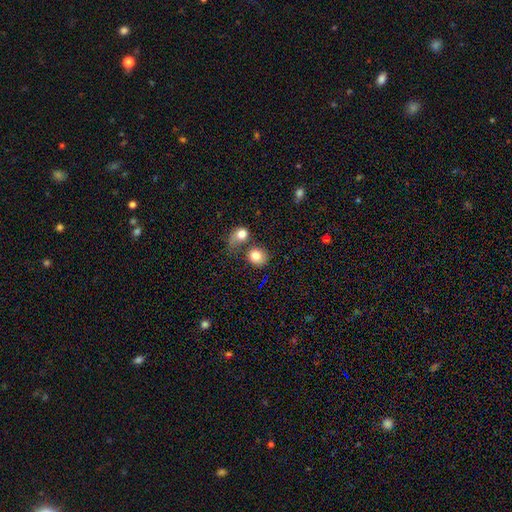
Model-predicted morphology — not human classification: Smooth or featured? smooth (79%)
How rounded? round (78%)
Merging? none (45%)